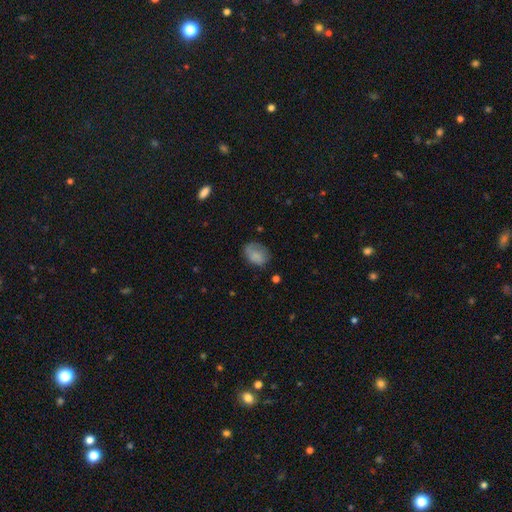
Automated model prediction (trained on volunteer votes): Q: Smooth or featured?
A: smooth (77%); runner-up: featured or disk (14%)
Q: How rounded?
A: in between (72%); runner-up: round (27%)
Q: Merging?
A: none (58%); runner-up: minor disturbance (28%)